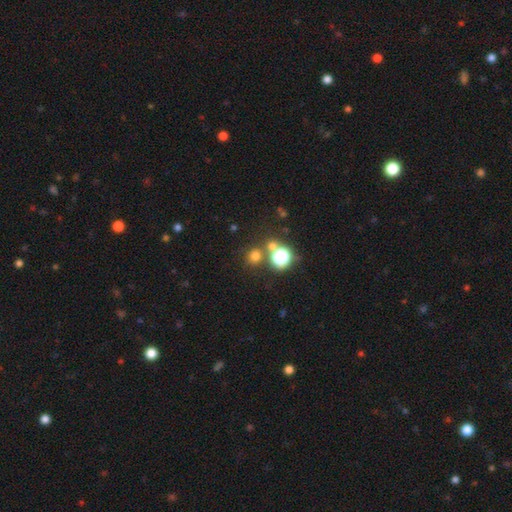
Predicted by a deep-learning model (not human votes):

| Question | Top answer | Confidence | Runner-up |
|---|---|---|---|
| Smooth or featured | smooth | 67% | star or artifact (26%) |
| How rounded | round | 90% | in between (9%) |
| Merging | none | 73% | merger (16%) |